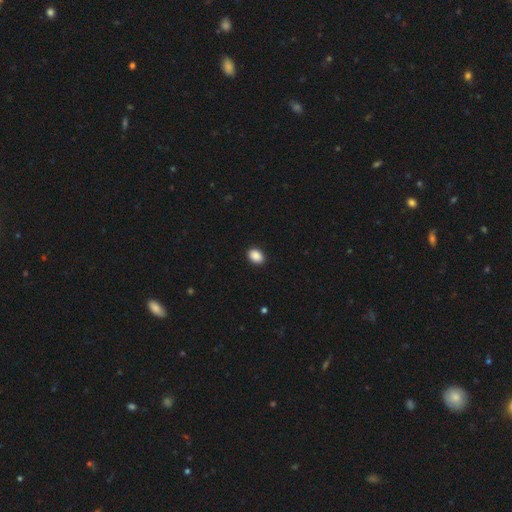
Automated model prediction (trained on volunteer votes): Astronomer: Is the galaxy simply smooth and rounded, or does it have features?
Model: smooth — 90%.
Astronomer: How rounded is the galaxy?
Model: in between — 79%.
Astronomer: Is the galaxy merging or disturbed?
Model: none — 91%.